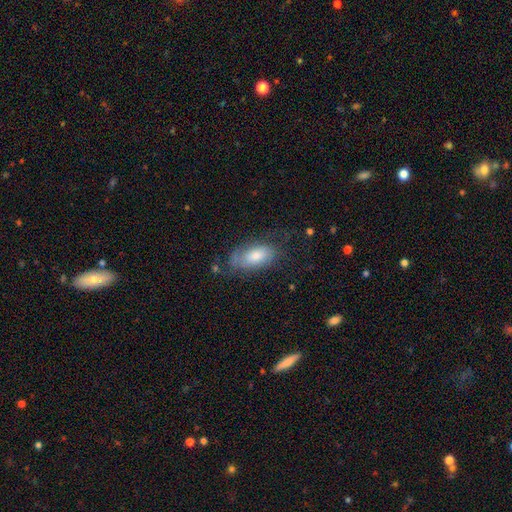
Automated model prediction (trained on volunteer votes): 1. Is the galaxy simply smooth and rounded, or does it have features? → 51% smooth, 41% featured or disk, 8% star or artifact.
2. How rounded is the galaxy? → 88% in between, 8% cigar-shaped, 4% round.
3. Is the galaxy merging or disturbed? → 57% none, 26% minor disturbance, 15% major disturbance, 2% merger.